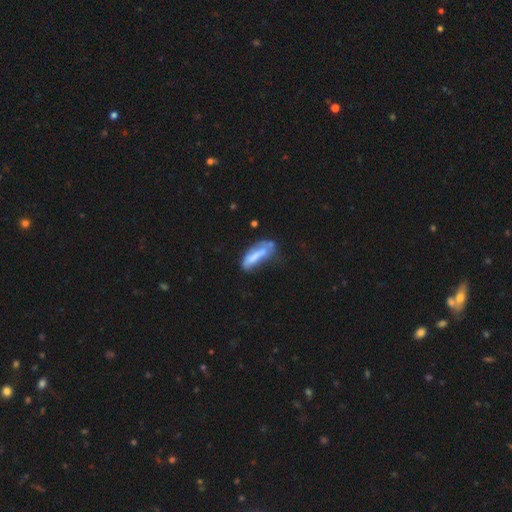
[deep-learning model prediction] smooth-or-featured: smooth: 59% | featured or disk: 32% | star or artifact: 9%
  how-rounded: cigar-shaped: 51% | in between: 47% | round: 2%
  merging: none: 33% | minor disturbance: 29% | major disturbance: 25% | merger: 14%